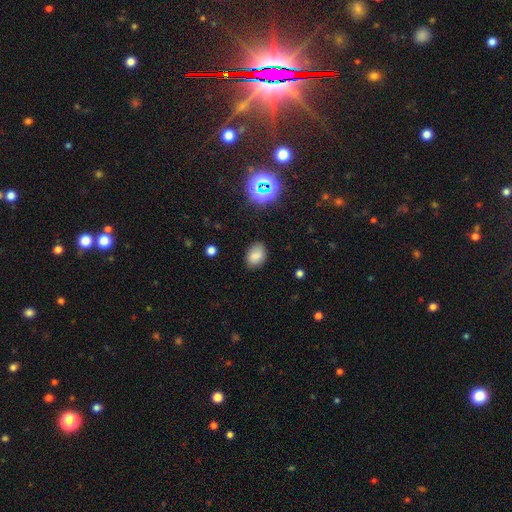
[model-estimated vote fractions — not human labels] Smooth or featured?
  - smooth: 80% *
  - star or artifact: 13%
  - featured or disk: 7%
How rounded?
  - in between: 71% *
  - round: 28%
  - cigar-shaped: 1%
Merging?
  - none: 81% *
  - minor disturbance: 15%
  - major disturbance: 3%
  - merger: 1%